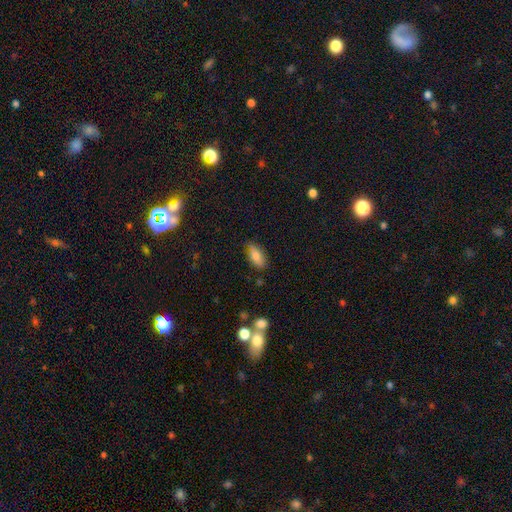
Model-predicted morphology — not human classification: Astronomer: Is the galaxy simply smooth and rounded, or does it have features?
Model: smooth — 80%.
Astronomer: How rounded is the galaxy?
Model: in between — 86%.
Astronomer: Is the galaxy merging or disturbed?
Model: none — 78%.